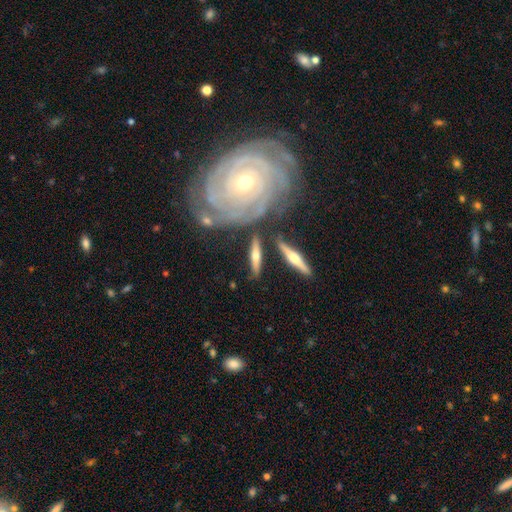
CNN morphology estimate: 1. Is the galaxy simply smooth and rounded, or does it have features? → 49% featured or disk, 45% smooth, 7% star or artifact.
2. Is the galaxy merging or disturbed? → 75% none, 13% minor disturbance, 8% merger, 4% major disturbance.